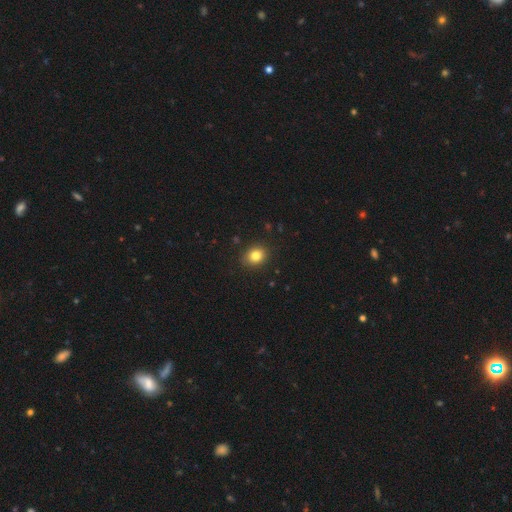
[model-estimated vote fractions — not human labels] smooth_or_featured: smooth (p=0.82) [alt: star or artifact p=0.11]
how_rounded: round (p=0.58) [alt: in between p=0.41]
merging: none (p=0.88) [alt: minor disturbance p=0.09]